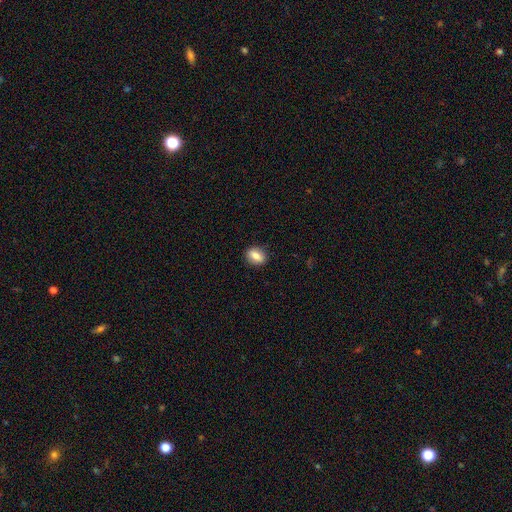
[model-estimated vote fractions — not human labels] Q: Smooth or featured?
A: smooth (76%); runner-up: featured or disk (16%)
Q: How rounded?
A: in between (63%); runner-up: round (34%)
Q: Merging?
A: none (88%); runner-up: minor disturbance (9%)